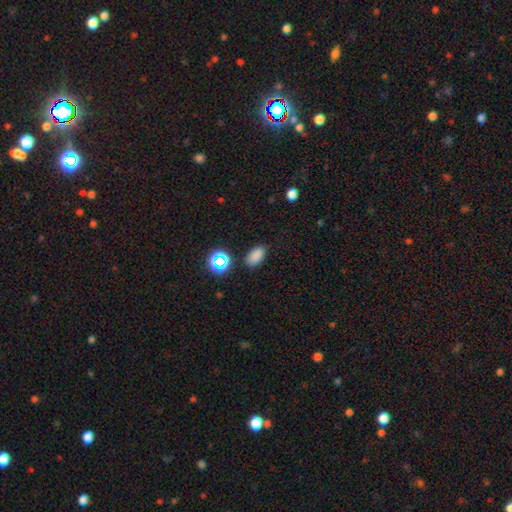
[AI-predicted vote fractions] Smooth or featured?
  - smooth: 80% *
  - star or artifact: 15%
  - featured or disk: 5%
How rounded?
  - in between: 89% *
  - round: 8%
  - cigar-shaped: 3%
Merging?
  - none: 84% *
  - minor disturbance: 10%
  - major disturbance: 3%
  - merger: 3%